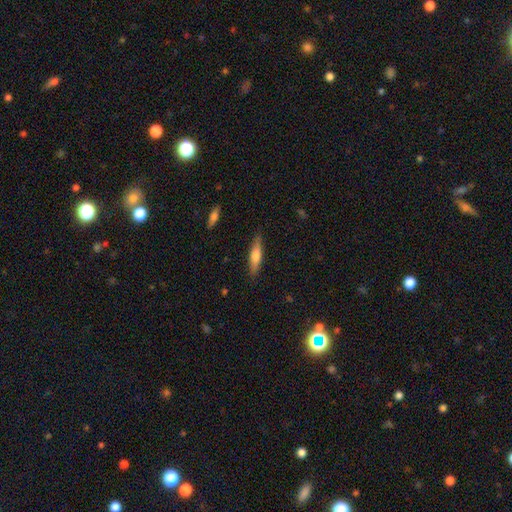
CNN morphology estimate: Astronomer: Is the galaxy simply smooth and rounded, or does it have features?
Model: smooth — 59% (runner-up: featured or disk, 35%).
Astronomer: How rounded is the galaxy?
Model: cigar-shaped — 70%.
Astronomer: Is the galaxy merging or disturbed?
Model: none — 85%.